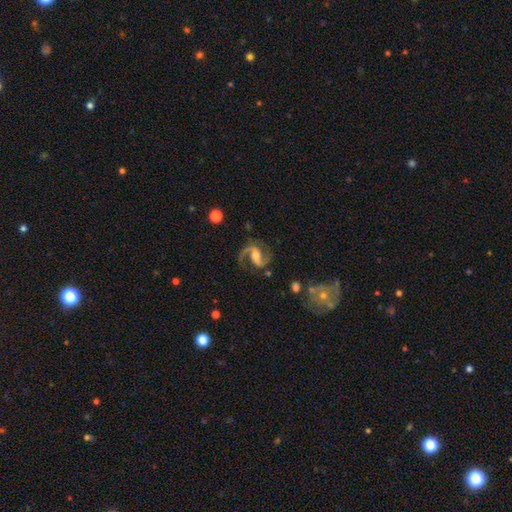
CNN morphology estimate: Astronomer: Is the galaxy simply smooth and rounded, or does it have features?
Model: featured or disk — 91%.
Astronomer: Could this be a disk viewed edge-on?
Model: no — 98%.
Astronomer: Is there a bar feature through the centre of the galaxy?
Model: weak — 41% (runner-up: strong, 36%).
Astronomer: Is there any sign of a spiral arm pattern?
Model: yes — 98%.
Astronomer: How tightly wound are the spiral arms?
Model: medium — 53% (runner-up: loose, 37%).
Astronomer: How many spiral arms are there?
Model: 2 — 92%.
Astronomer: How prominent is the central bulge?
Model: moderate — 57%.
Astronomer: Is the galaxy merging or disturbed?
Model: none — 76%.